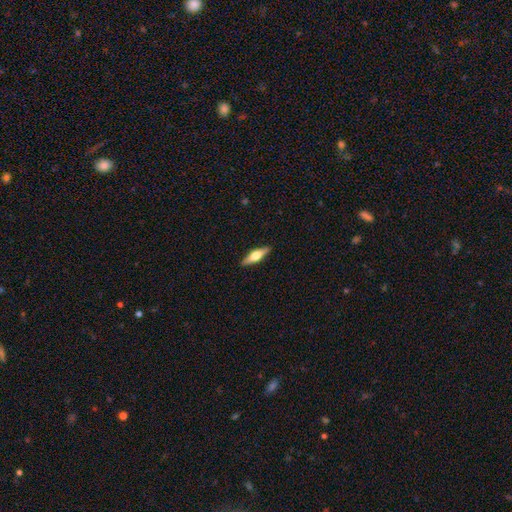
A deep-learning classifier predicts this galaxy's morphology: A featured or disk galaxy (56%) viewed edge-on (95%) with a rounded central bulge (93%).

Vote fractions:
- Smooth or featured? featured or disk: 56% / smooth: 38% / star or artifact: 5%
- Edge-on disk? yes: 95% / no: 5%
- Edge-on bulge? rounded: 93% / boxy: 5% / none: 2%
- Merging? none: 90% / minor disturbance: 7% / major disturbance: 2% / merger: 1%